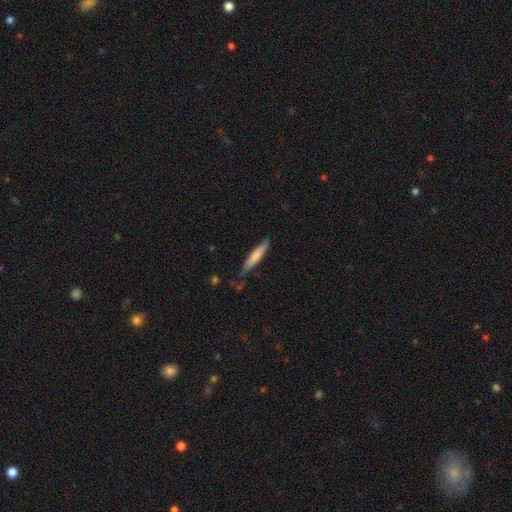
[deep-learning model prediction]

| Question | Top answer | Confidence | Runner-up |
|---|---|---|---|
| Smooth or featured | smooth | 68% | featured or disk (26%) |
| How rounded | cigar-shaped | 89% | in between (9%) |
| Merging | none | 72% | minor disturbance (21%) |